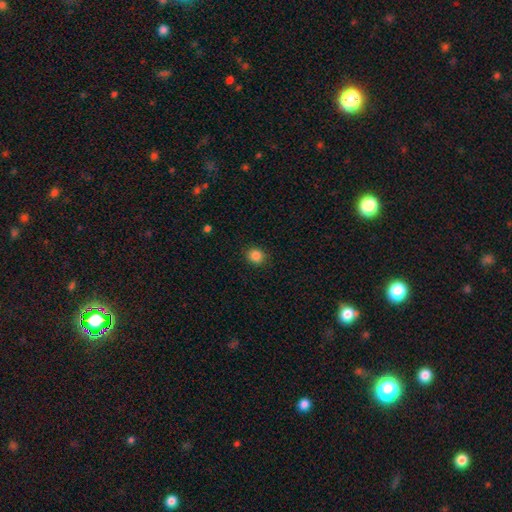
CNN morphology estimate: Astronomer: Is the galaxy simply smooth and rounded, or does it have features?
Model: smooth — 86%.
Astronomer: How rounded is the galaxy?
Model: round — 83%.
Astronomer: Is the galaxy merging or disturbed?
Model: none — 89%.